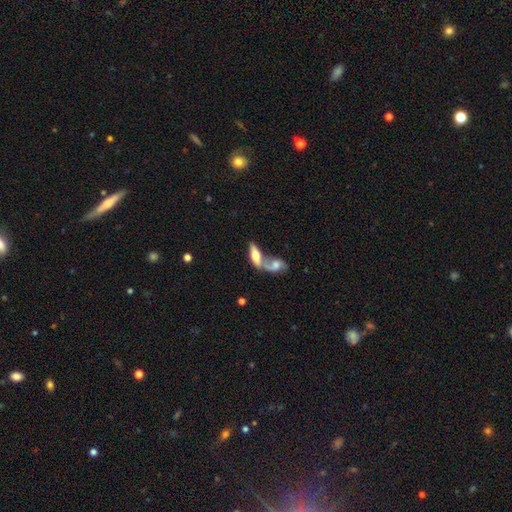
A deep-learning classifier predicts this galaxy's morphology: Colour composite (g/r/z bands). It shows a smooth galaxy with no disk features (54%) that is in between round and cigar-shaped (67%). Merging: merger (73%).